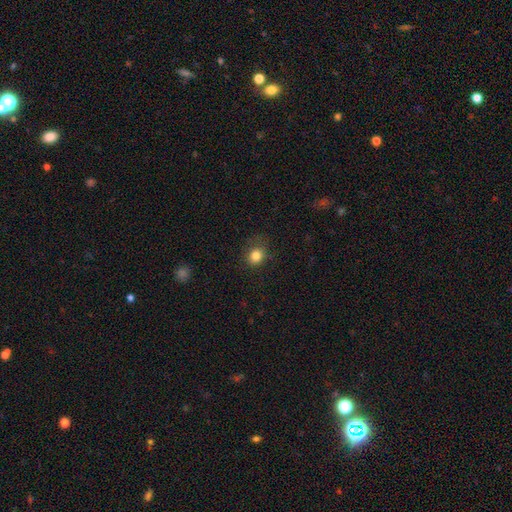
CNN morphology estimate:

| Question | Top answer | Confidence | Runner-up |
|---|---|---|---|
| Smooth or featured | smooth | 82% | star or artifact (12%) |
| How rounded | round | 71% | in between (28%) |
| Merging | none | 72% | minor disturbance (20%) |